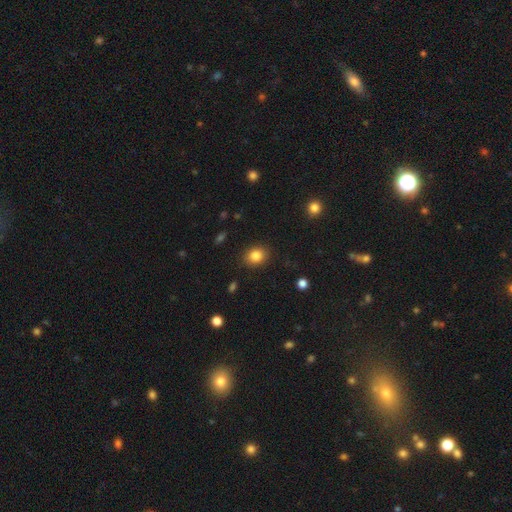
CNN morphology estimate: smooth-or-featured: smooth: 85% | star or artifact: 10% | featured or disk: 5%
  how-rounded: round: 60% | in between: 39% | cigar-shaped: 1%
  merging: none: 87% | minor disturbance: 9% | major disturbance: 3% | merger: 1%